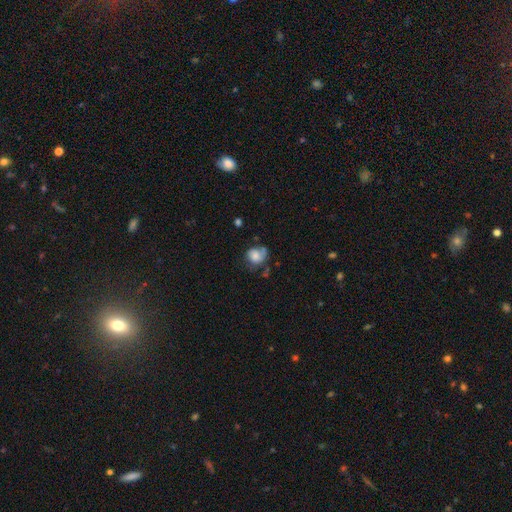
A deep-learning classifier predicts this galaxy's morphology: The model was most divided on "merging": none: 43%, minor disturbance: 29%, major disturbance: 22%, merger: 6%. More confident: how rounded — round (64%); smooth or featured — smooth (63%).